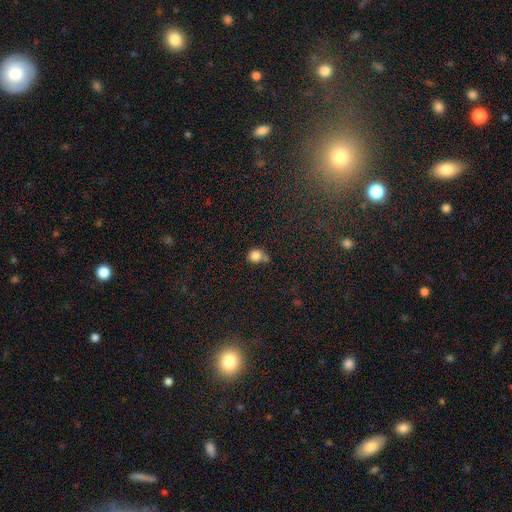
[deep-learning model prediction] smooth-or-featured: smooth: 82% | star or artifact: 11% | featured or disk: 7%
  how-rounded: round: 78% | in between: 20% | cigar-shaped: 1%
  merging: none: 46% | minor disturbance: 25% | merger: 20% | major disturbance: 9%